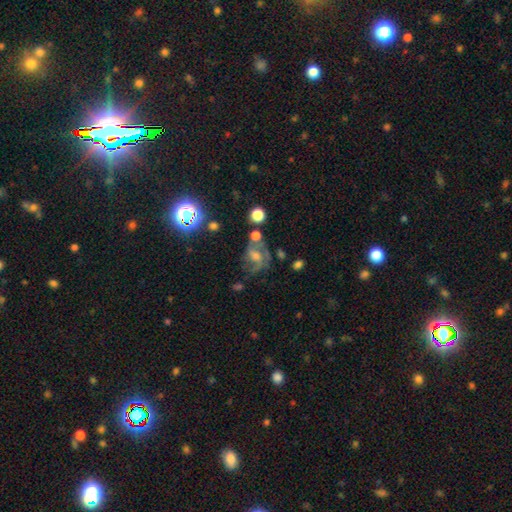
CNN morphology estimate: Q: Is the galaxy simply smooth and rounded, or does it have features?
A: featured or disk — 56%.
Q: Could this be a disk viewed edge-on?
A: no — 96%.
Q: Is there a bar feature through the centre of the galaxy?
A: no — 46%.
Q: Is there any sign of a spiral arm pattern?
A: yes — 77%.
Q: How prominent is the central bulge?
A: moderate — 51%.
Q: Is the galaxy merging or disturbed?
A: none — 50%.